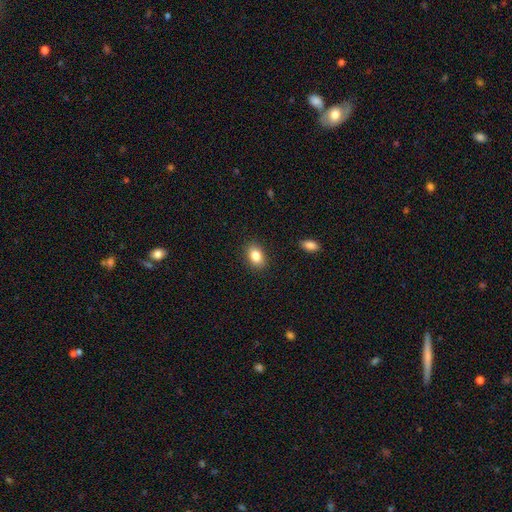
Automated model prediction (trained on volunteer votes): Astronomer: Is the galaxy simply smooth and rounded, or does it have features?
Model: smooth — 84%.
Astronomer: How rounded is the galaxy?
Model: in between — 82%.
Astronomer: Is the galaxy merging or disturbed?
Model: none — 88%.